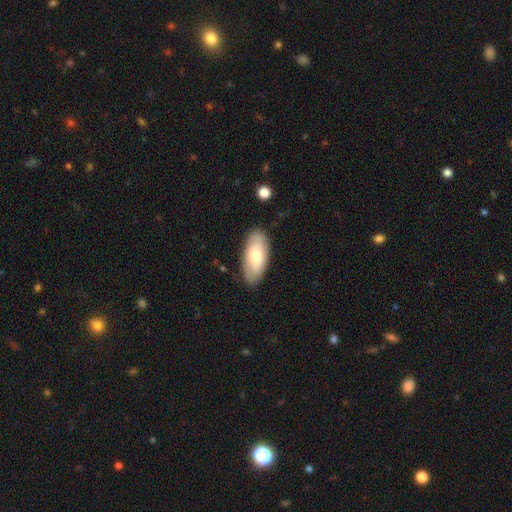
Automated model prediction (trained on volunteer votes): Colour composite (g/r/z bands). It shows a smooth galaxy with no disk features (71%) that is in between round and cigar-shaped (89%). Merging: none (85%).